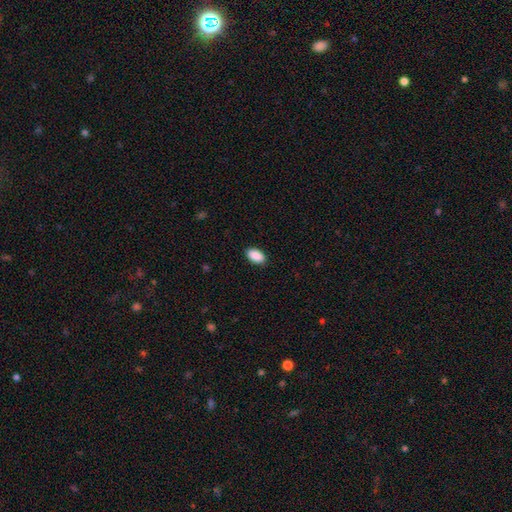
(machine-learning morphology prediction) Smooth or featured?
  - smooth: 91% *
  - star or artifact: 6%
  - featured or disk: 3%
How rounded?
  - in between: 95% *
  - round: 3%
  - cigar-shaped: 2%
Merging?
  - none: 89% *
  - minor disturbance: 8%
  - major disturbance: 2%
  - merger: 1%